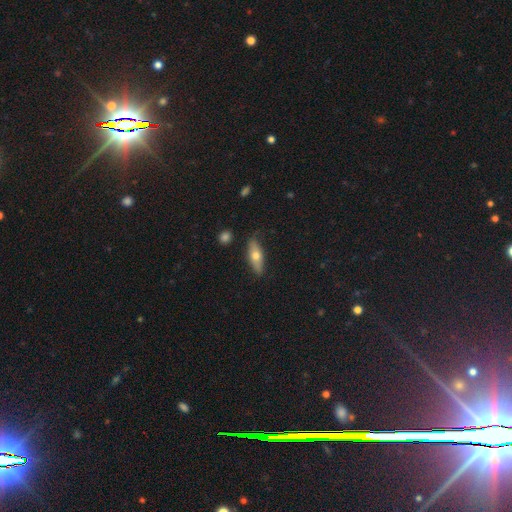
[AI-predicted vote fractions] Smooth or featured? Predicted: smooth (p=0.56). How rounded? Predicted: in between (p=0.55). Merging? Predicted: none (p=0.81).